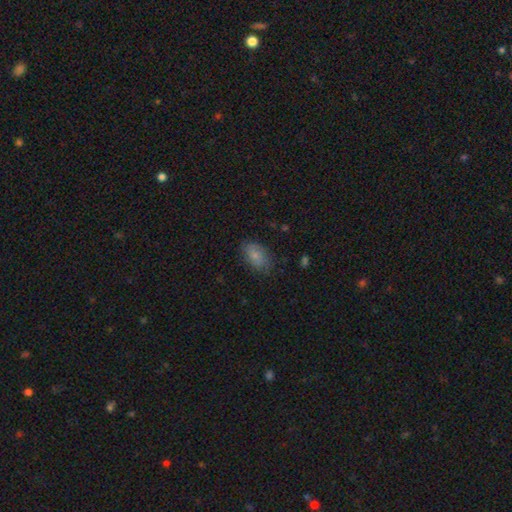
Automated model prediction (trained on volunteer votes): smooth-or-featured: smooth: 80% | featured or disk: 12% | star or artifact: 7%
  how-rounded: in between: 91% | round: 7% | cigar-shaped: 2%
  merging: none: 78% | minor disturbance: 17% | major disturbance: 4% | merger: 1%